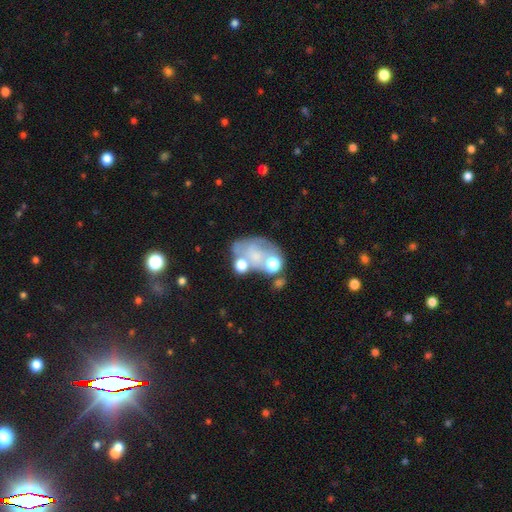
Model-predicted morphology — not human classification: Overall: featured or disk (45%; smooth 39%). Merging: merger (30%; none 29%).